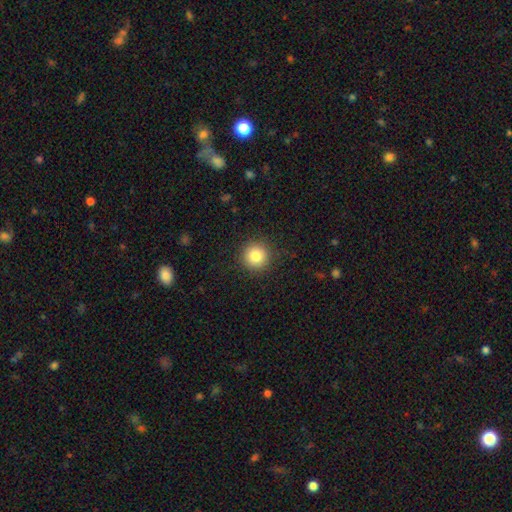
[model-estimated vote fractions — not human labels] Morphology: type=smooth (84%); roundness=round (95%); merging=none (91%).